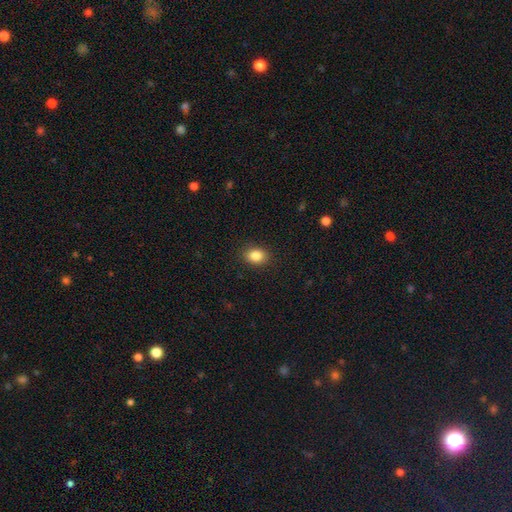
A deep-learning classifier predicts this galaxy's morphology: Overall: smooth (85%). How rounded: in between (61%; round 38%). Merging: none (89%).